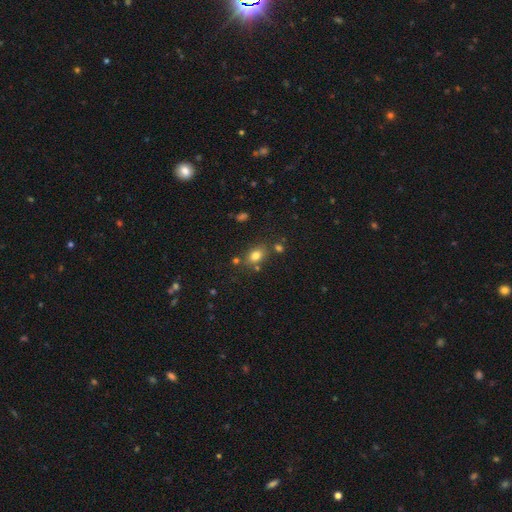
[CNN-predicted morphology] Smooth or featured: smooth — 77% (star or artifact — 13%)
How rounded: in between — 68% (round — 31%)
Merging: none — 72% (minor disturbance — 14%)